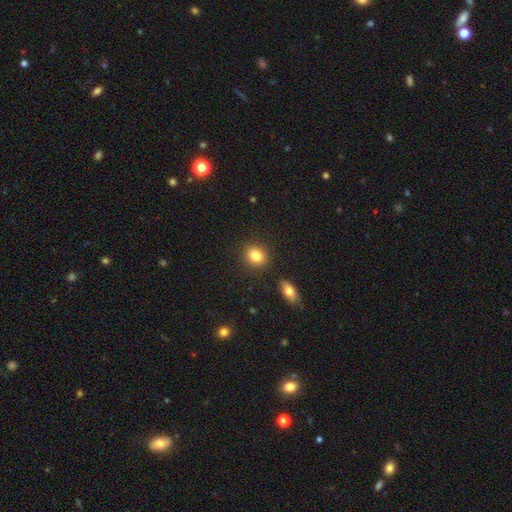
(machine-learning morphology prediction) Overall: smooth (83%). How rounded: round (66%; in between 32%). Merging: none (86%).